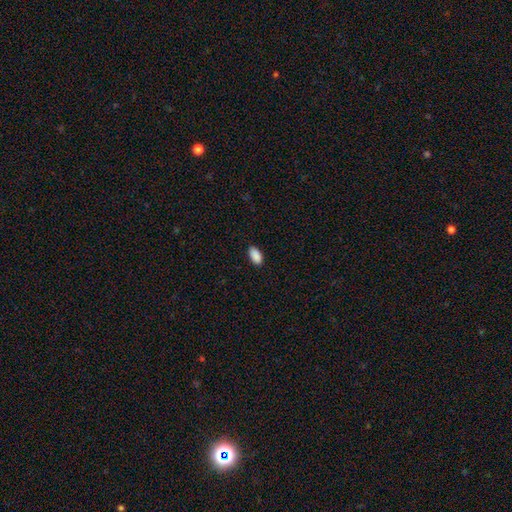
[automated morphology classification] type=smooth (90%); roundness=in between (94%); merging=none (88%).